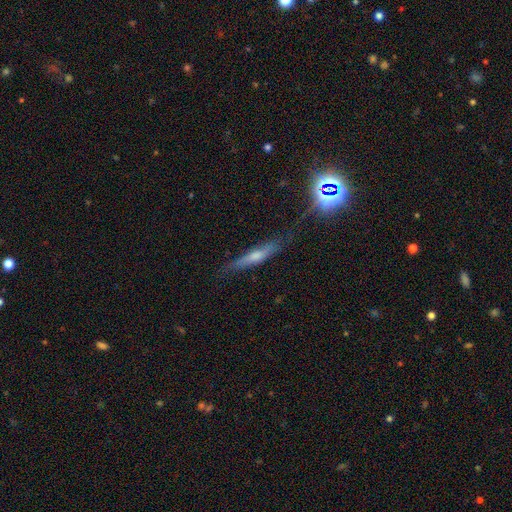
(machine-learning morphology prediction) Smooth or featured? Predicted: featured or disk (p=0.50). Merging? Predicted: none (p=0.76).